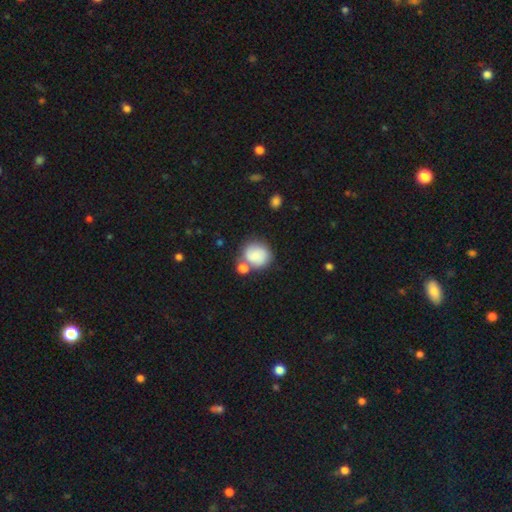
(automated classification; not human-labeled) Q: Smooth or featured?
A: smooth (73%); runner-up: featured or disk (19%)
Q: How rounded?
A: round (80%); runner-up: in between (19%)
Q: Merging?
A: none (50%); runner-up: merger (27%)